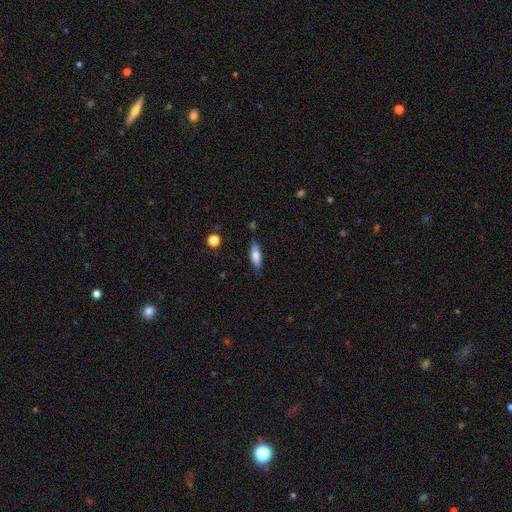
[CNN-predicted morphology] Smooth or featured? smooth (76%)
How rounded? in between (54%)
Merging? none (81%)